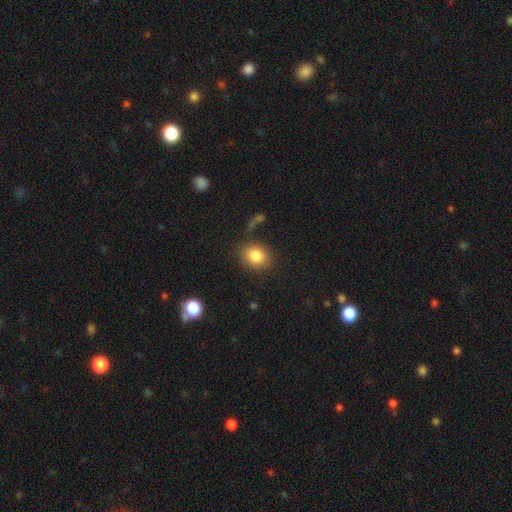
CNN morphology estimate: type=smooth (84%); roundness=round (63%); merging=none (78%).